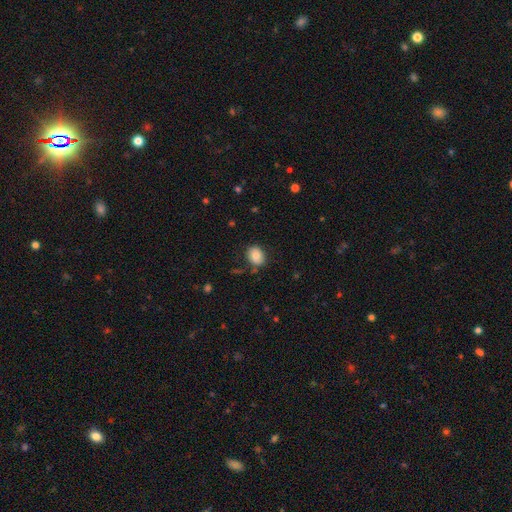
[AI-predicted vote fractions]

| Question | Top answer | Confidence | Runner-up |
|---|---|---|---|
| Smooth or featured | smooth | 81% | featured or disk (10%) |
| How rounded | in between | 60% | round (39%) |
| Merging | none | 81% | minor disturbance (13%) |